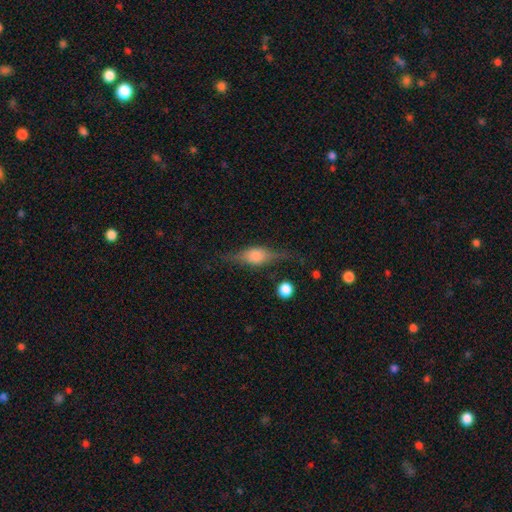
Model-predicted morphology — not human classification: A featured or disk galaxy (69%) viewed edge-on (95%) with a rounded central bulge (84%). Merging: none (78%).